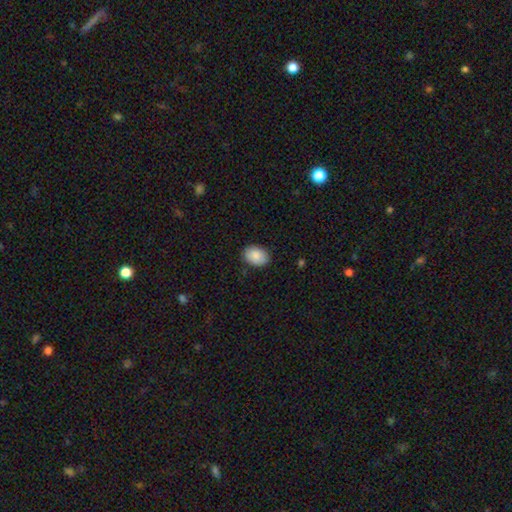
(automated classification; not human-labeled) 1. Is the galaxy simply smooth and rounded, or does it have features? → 89% smooth, 6% star or artifact, 5% featured or disk.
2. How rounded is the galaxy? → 81% in between, 18% round, 1% cigar-shaped.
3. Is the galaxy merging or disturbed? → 88% none, 9% minor disturbance, 2% major disturbance, 1% merger.